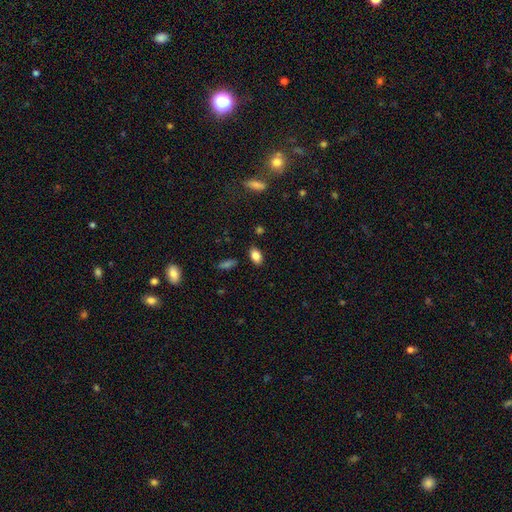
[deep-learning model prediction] Morphology: type=smooth (85%); roundness=in between (90%); merging=none (85%).